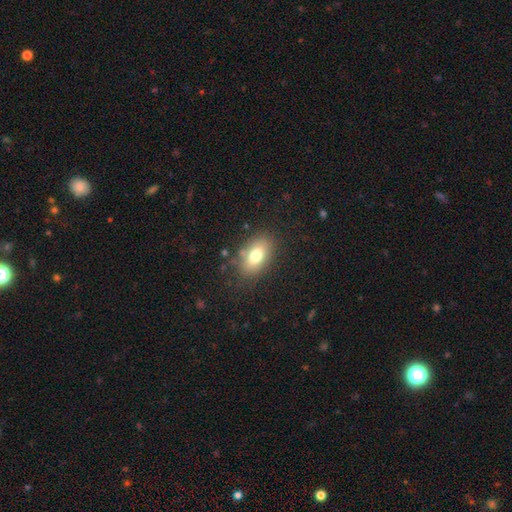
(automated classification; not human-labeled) Q: Smooth or featured?
A: smooth (75%); runner-up: featured or disk (15%)
Q: How rounded?
A: in between (87%); runner-up: round (10%)
Q: Merging?
A: none (80%); runner-up: minor disturbance (13%)